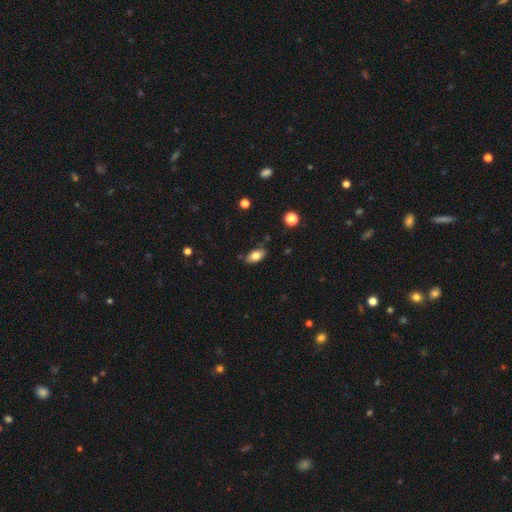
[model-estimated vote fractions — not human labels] Morphology: type=smooth (78%); roundness=in between (90%); merging=none (79%).